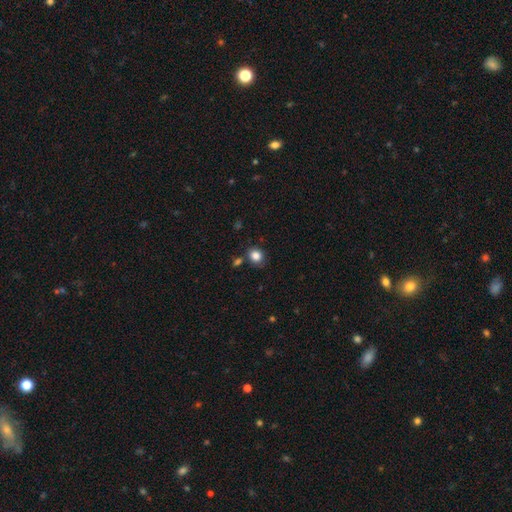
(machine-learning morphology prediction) This is clearly a smooth galaxy (84%). How rounded: likely round (69%). Merging: likely none (76%).